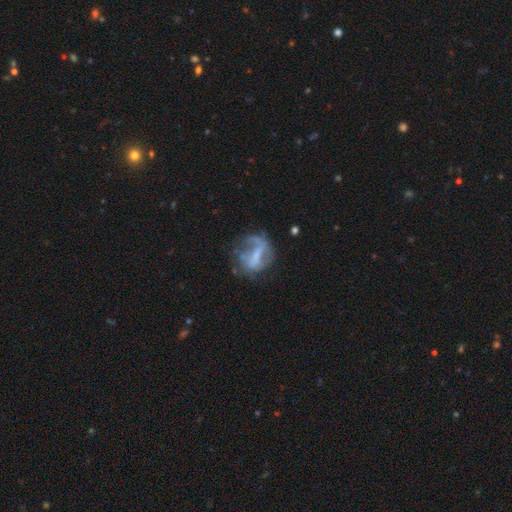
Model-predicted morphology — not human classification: featured or disk 62%, smooth 28%, star or artifact 10%. Down the decision tree: edge-on disk — no (95%); bar — strong (40%); spiral arms — yes (51%); bulge size — none (40%); merging — none (45%).